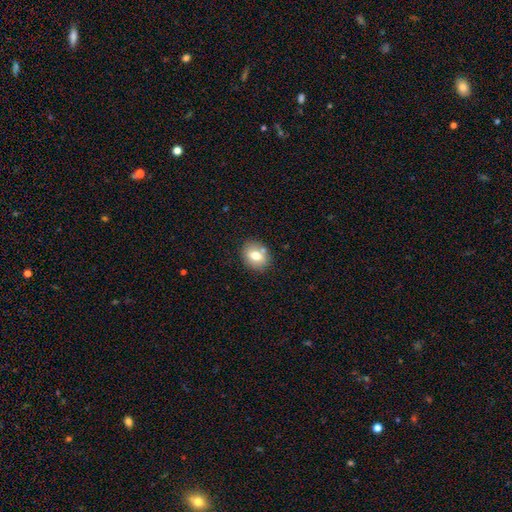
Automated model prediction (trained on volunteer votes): A smooth galaxy with no disk features (70%) that is round (53%). Merging: none (78%).